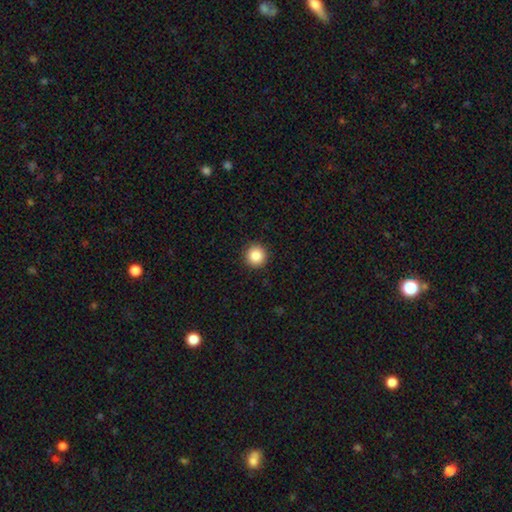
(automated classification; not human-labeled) Smooth or featured?
  - smooth: 85% *
  - star or artifact: 10%
  - featured or disk: 5%
How rounded?
  - round: 96% *
  - in between: 3%
  - cigar-shaped: 1%
Merging?
  - none: 93% *
  - minor disturbance: 5%
  - major disturbance: 2%
  - merger: 1%